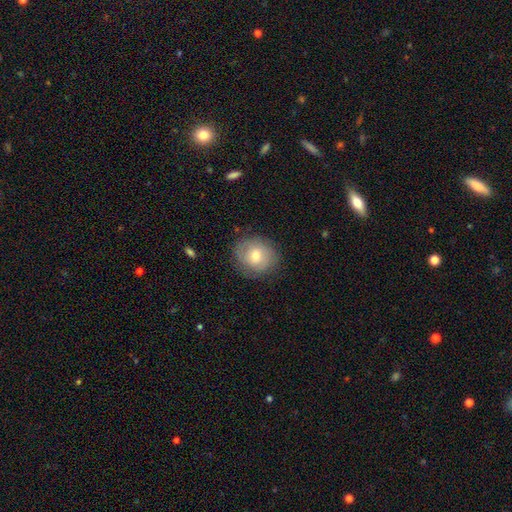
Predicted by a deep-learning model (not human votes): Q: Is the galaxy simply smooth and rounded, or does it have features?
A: smooth — 55%.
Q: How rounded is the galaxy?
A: round — 72%.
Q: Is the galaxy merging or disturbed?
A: none — 81%.